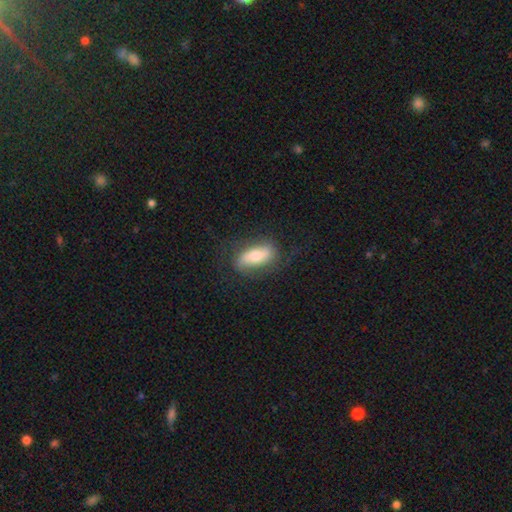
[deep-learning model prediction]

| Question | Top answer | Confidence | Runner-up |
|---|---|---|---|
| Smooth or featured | smooth | 52% | featured or disk (40%) |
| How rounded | in between | 76% | cigar-shaped (19%) |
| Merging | none | 73% | minor disturbance (18%) |